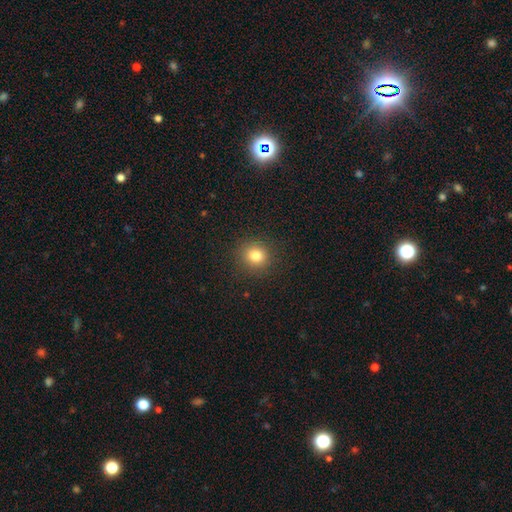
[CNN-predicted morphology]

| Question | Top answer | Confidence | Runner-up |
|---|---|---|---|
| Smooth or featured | smooth | 80% | star or artifact (13%) |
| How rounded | round | 88% | in between (11%) |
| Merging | none | 90% | minor disturbance (6%) |